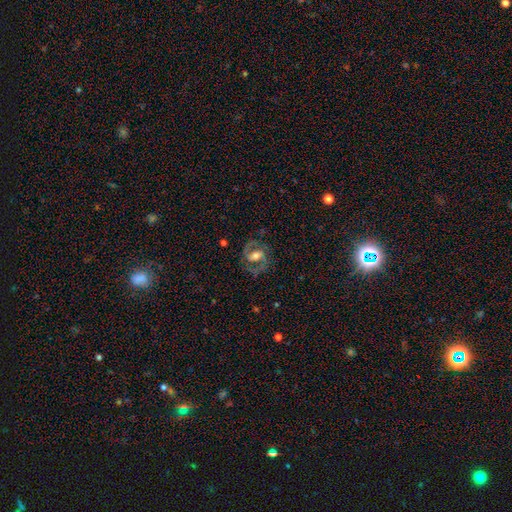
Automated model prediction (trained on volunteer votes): smooth_or_featured: featured or disk (p=0.78) [alt: smooth p=0.15]
disk_edge_on: no (p=0.97) [alt: yes p=0.03]
bar: weak (p=0.43) [alt: strong p=0.29]
has_spiral_arms: yes (p=0.90) [alt: no p=0.10]
spiral_winding: medium (p=0.57) [alt: tight p=0.24]
spiral_arm_count: 2 (p=0.88) [alt: can't tell p=0.05]
bulge_size: moderate (p=0.60) [alt: small p=0.21]
merging: none (p=0.72) [alt: minor disturbance p=0.16]